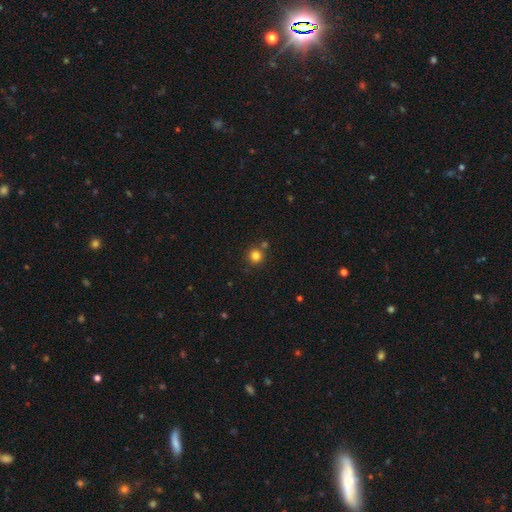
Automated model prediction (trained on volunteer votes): Morphology: type=smooth (81%); roundness=round (94%); merging=none (77%).